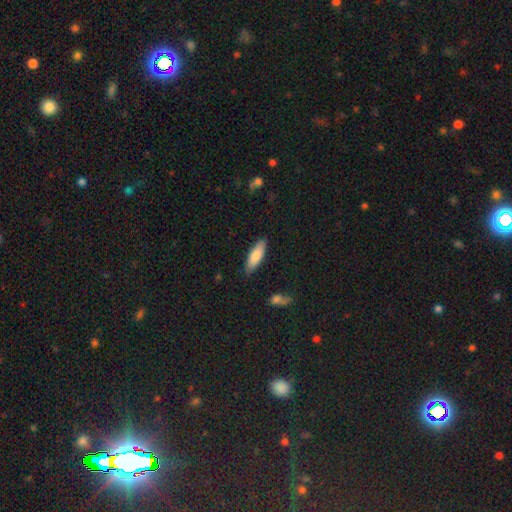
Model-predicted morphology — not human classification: Smooth or featured? Predicted: smooth (p=0.81). How rounded? Predicted: in between (p=0.59). Merging? Predicted: none (p=0.84).